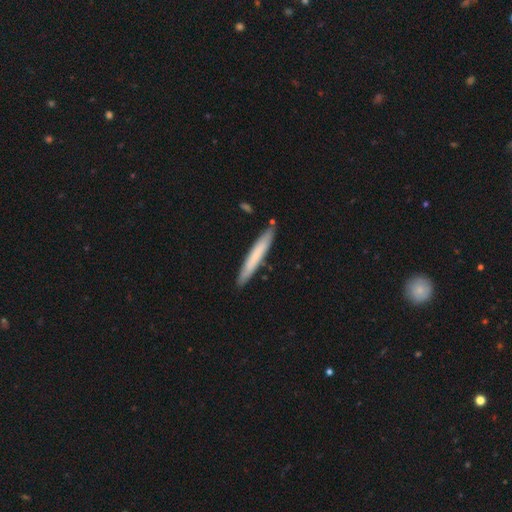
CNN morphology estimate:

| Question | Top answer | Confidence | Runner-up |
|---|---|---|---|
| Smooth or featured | smooth | 67% | featured or disk (28%) |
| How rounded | cigar-shaped | 96% | in between (3%) |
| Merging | none | 85% | minor disturbance (10%) |